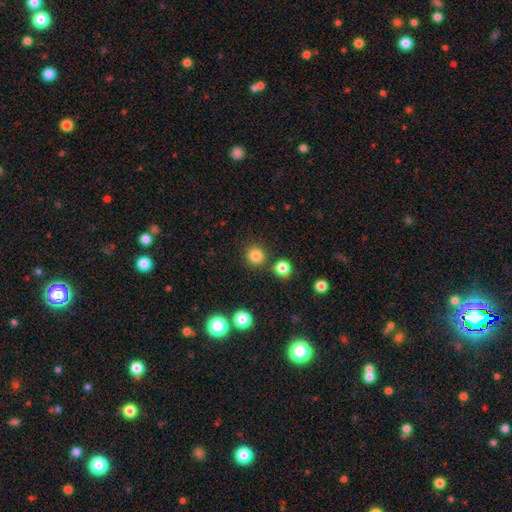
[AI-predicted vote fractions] smooth 83%, star or artifact 14%, featured or disk 4%. Down the decision tree: how rounded — round (94%); merging — none (87%).